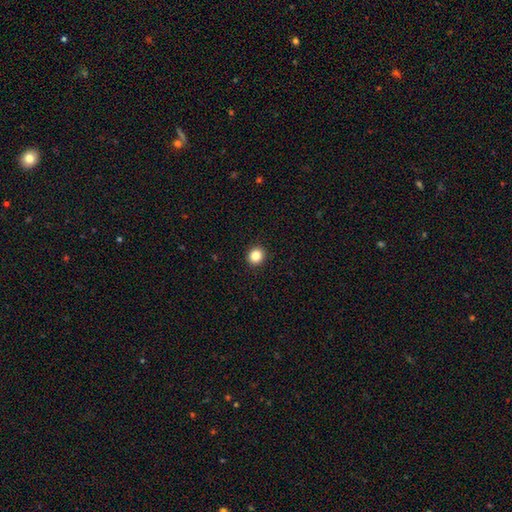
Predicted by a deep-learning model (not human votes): A smooth galaxy with no disk features (86%) that is round (86%). Merging: none (93%).